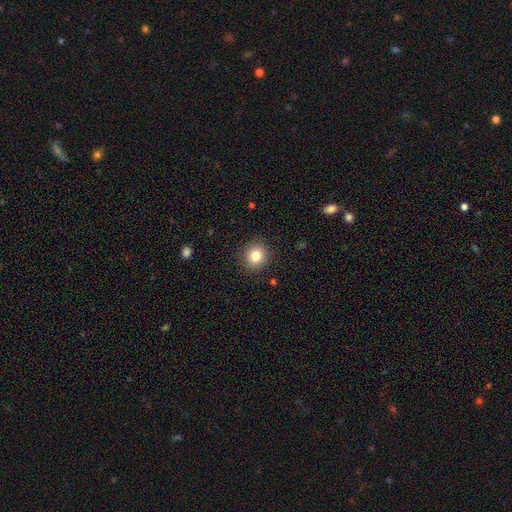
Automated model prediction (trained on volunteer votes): This is clearly a smooth galaxy (81%). How rounded: clearly round (88%). Merging: clearly none (90%).